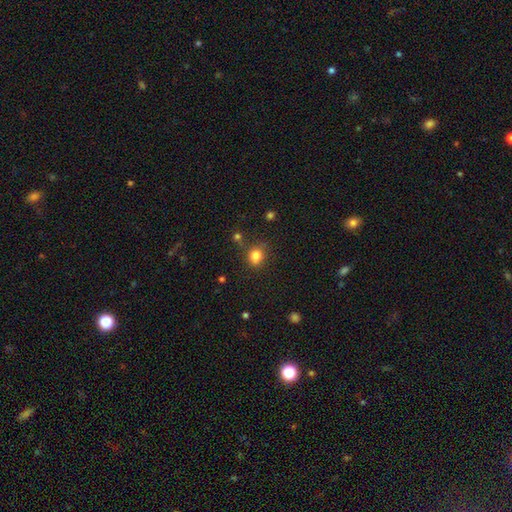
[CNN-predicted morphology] Smooth or featured? smooth (82%)
How rounded? round (70%)
Merging? none (71%)